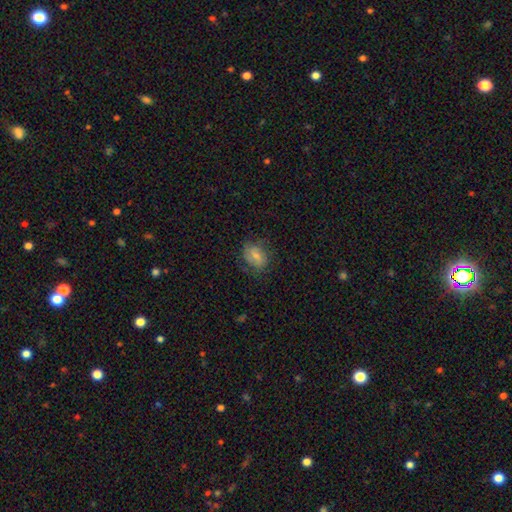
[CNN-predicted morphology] smooth_or_featured: smooth (p=0.63) [alt: featured or disk p=0.28]
how_rounded: in between (p=0.69) [alt: round p=0.29]
merging: none (p=0.62) [alt: minor disturbance p=0.24]